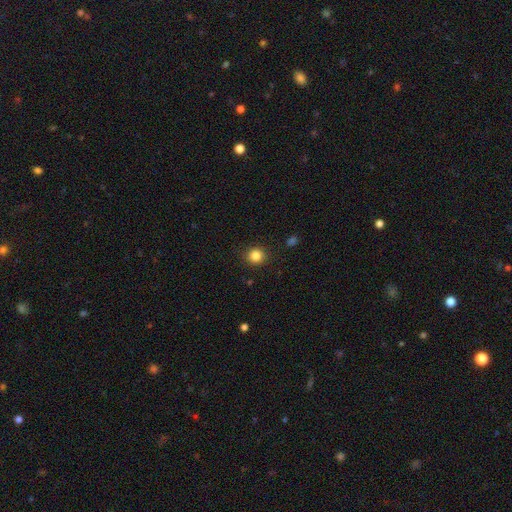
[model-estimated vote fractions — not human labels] A smooth galaxy with no disk features (84%) that is round (89%).

Vote fractions:
- Smooth or featured? smooth: 84% / star or artifact: 11% / featured or disk: 4%
- How rounded? round: 89% / in between: 10% / cigar-shaped: 1%
- Merging? none: 90% / minor disturbance: 7% / major disturbance: 2% / merger: 1%